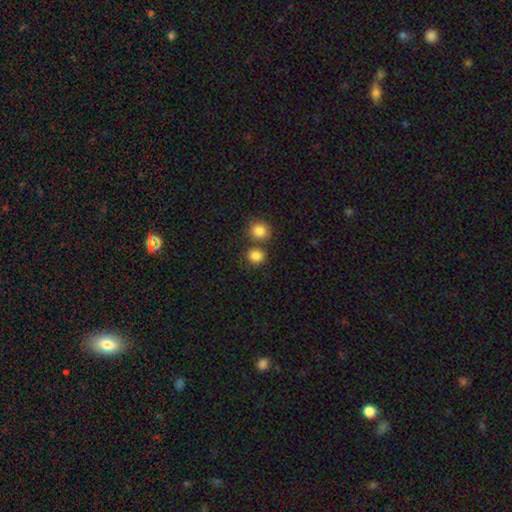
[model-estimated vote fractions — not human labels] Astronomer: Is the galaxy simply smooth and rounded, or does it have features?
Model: smooth — 84%.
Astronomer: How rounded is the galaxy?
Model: round — 81%.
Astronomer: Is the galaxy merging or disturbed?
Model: none — 67%.